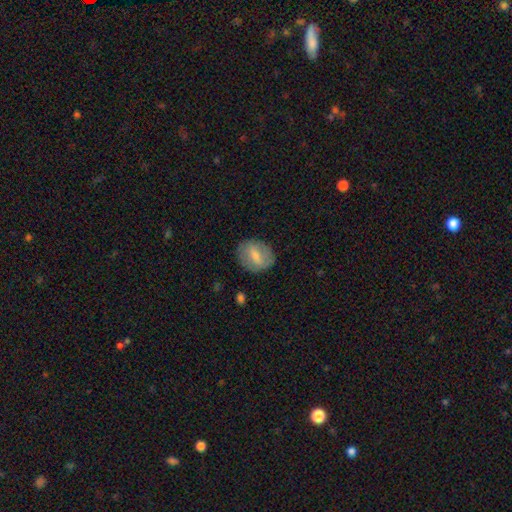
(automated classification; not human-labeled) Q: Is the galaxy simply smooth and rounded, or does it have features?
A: smooth — 56%.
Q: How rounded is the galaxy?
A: in between — 51%.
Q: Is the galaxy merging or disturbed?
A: none — 80%.